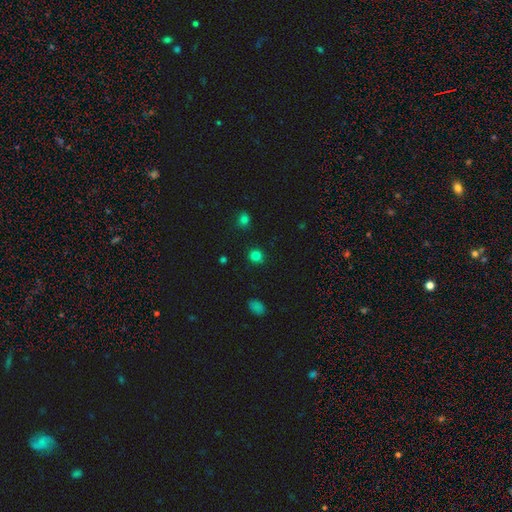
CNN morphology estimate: A smooth galaxy with no disk features (81%) that is round (88%).

Vote fractions:
- Smooth or featured? smooth: 81% / star or artifact: 14% / featured or disk: 4%
- How rounded? round: 88% / in between: 11% / cigar-shaped: 1%
- Merging? none: 89% / minor disturbance: 7% / major disturbance: 2% / merger: 2%